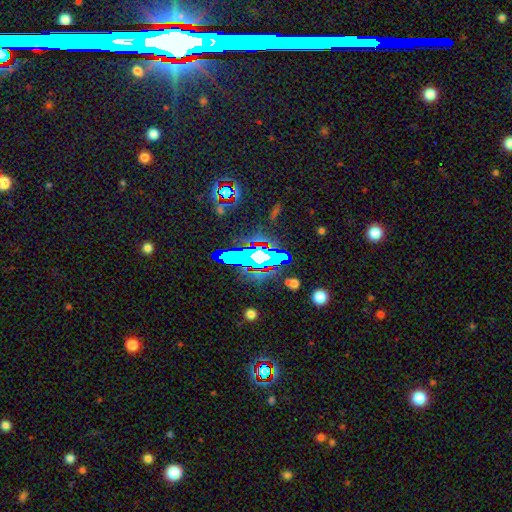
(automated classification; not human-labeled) A star or artifact, not a galaxy (59%).

Vote fractions:
- Smooth or featured? star or artifact: 59% / featured or disk: 21% / smooth: 20%